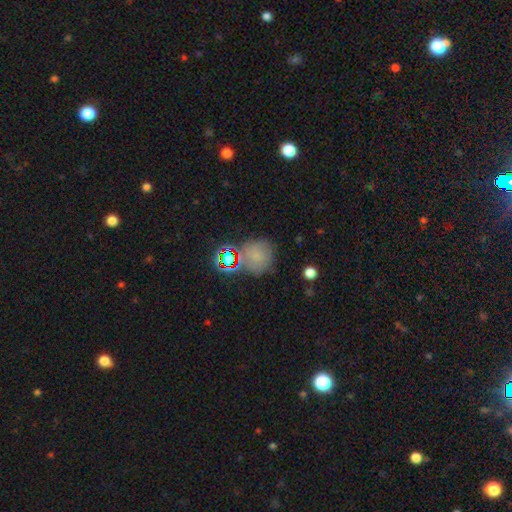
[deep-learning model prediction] Smooth or featured?
  - smooth: 60% *
  - star or artifact: 28%
  - featured or disk: 12%
How rounded?
  - round: 86% *
  - in between: 13%
  - cigar-shaped: 1%
Merging?
  - none: 67% *
  - minor disturbance: 16%
  - merger: 10%
  - major disturbance: 7%